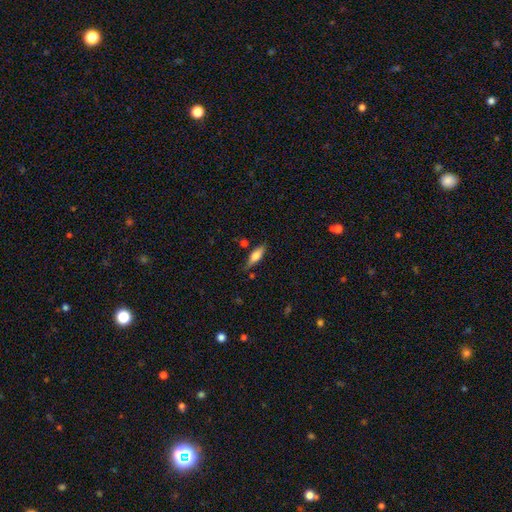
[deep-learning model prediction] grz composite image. It shows a smooth galaxy with no disk features (70%) that is in between round and cigar-shaped (59%). Merging: none (76%).